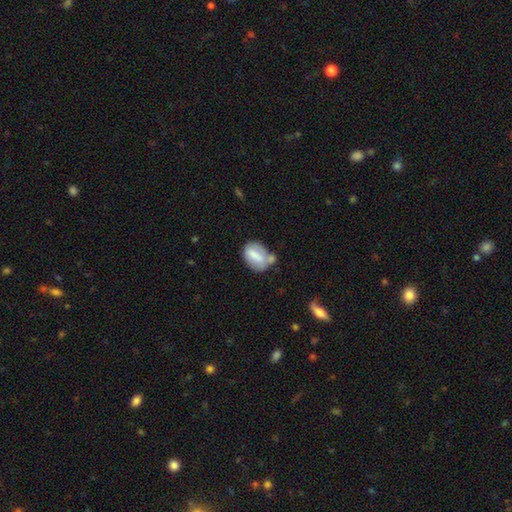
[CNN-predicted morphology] Overall: smooth (67%). How rounded: in between (80%). Merging: none (35%; merger 28%).